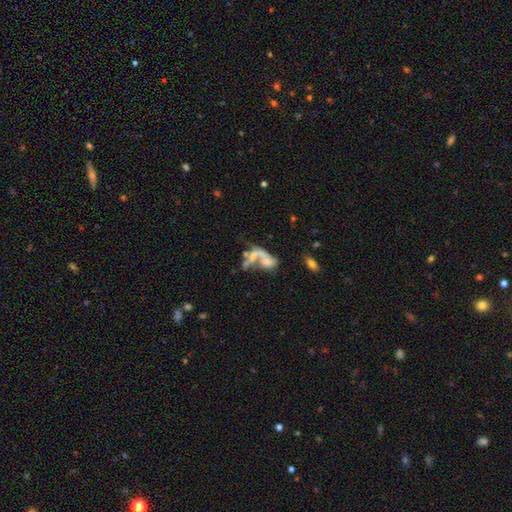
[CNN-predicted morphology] Smooth or featured? featured or disk (45%)
Merging? merger (60%)